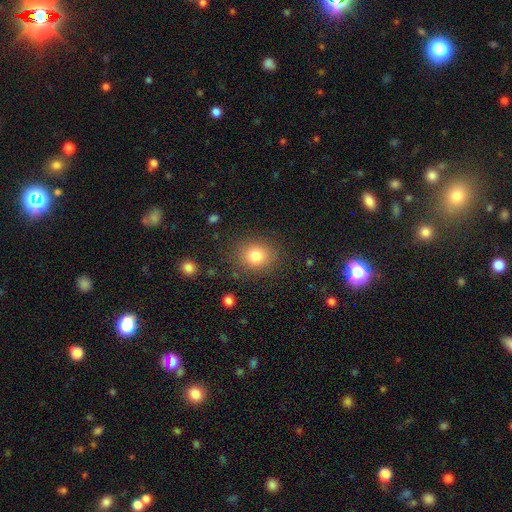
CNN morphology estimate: Smooth or featured?
  - smooth: 82% *
  - star or artifact: 11%
  - featured or disk: 7%
How rounded?
  - round: 73% *
  - in between: 27%
  - cigar-shaped: 1%
Merging?
  - none: 84% *
  - minor disturbance: 10%
  - major disturbance: 5%
  - merger: 2%